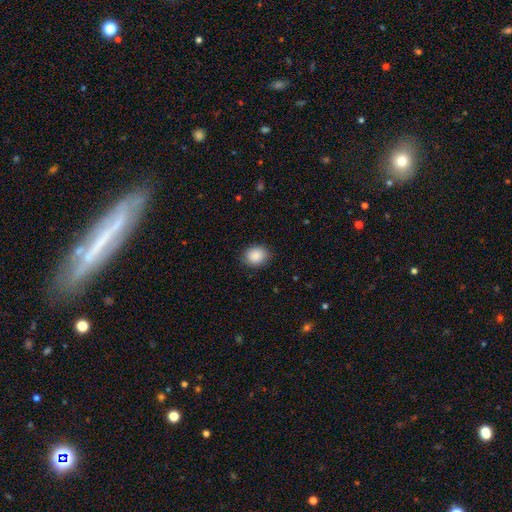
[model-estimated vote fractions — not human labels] smooth 89%, star or artifact 8%, featured or disk 3%. Down the decision tree: how rounded — round (52%); merging — none (87%).